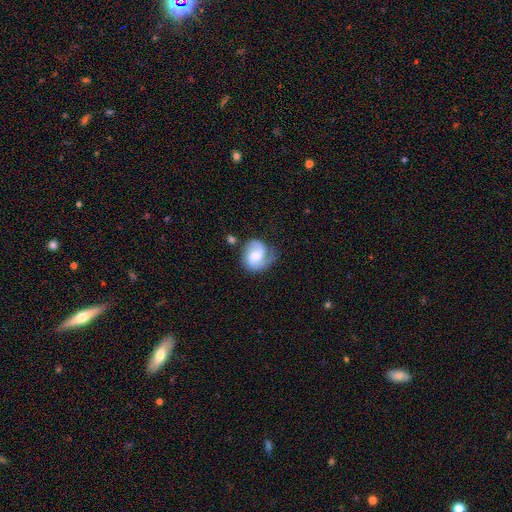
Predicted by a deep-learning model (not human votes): smooth_or_featured: featured or disk (p=0.69) [alt: smooth p=0.24]
disk_edge_on: no (p=0.98) [alt: yes p=0.02]
bar: no (p=0.49) [alt: weak p=0.42]
has_spiral_arms: yes (p=0.94) [alt: no p=0.06]
spiral_winding: medium (p=0.45) [alt: tight p=0.32]
spiral_arm_count: 2 (p=0.66) [alt: 1 p=0.23]
bulge_size: moderate (p=0.42) [alt: small p=0.27]
merging: none (p=0.56) [alt: minor disturbance p=0.25]